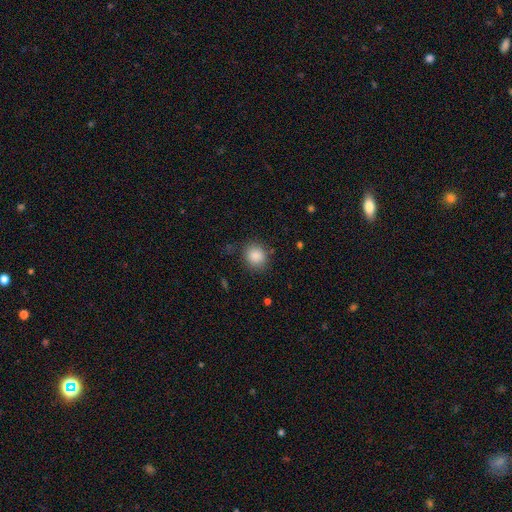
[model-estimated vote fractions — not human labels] Overall: smooth (87%). How rounded: round (79%). Merging: none (81%).